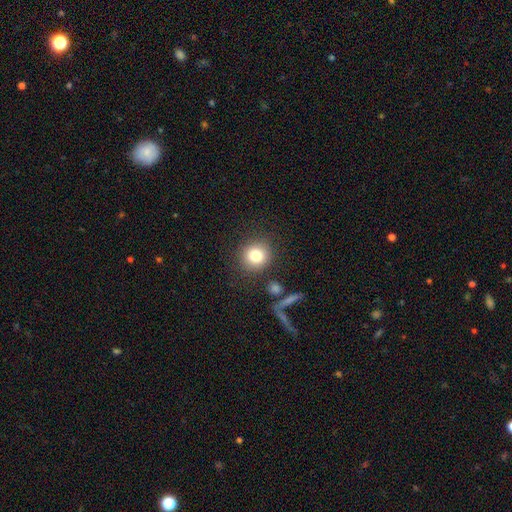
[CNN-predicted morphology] Smooth or featured? smooth (80%)
How rounded? round (89%)
Merging? none (84%)